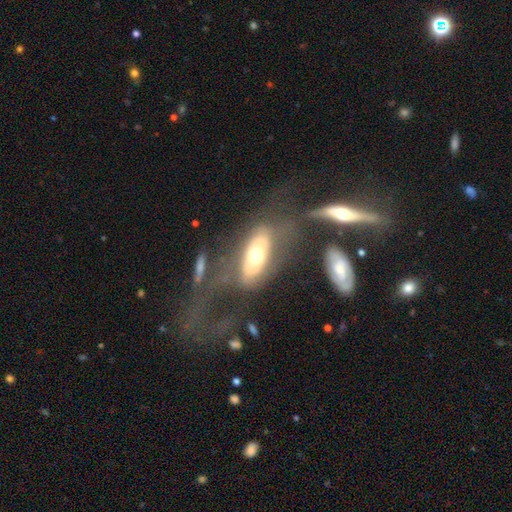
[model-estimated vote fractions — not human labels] Smooth or featured: featured or disk — 51% (smooth — 43%)
Edge-on disk: no — 82% (yes — 18%)
Merging: none — 44% (major disturbance — 28%)